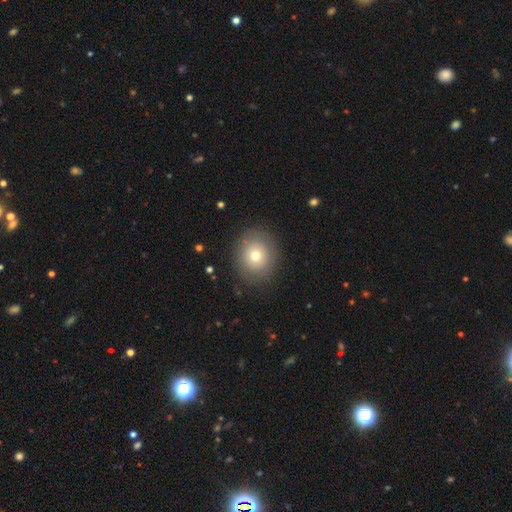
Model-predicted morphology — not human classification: The model was most divided on "smooth or featured": smooth: 72%, featured or disk: 16%, star or artifact: 12%. More confident: merging — none (86%); how rounded — round (80%).